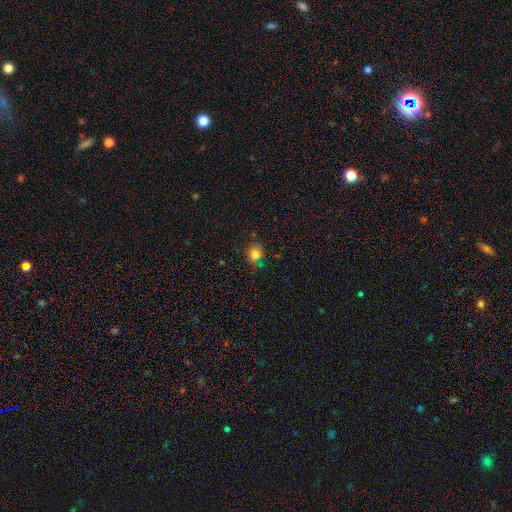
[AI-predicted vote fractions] A smooth galaxy with no disk features (78%) that is round (68%). Merging: none (69%).